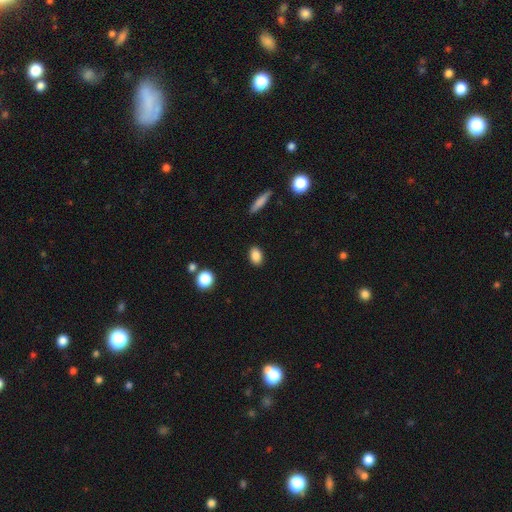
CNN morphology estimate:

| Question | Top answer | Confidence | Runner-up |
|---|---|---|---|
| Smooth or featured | smooth | 87% | star or artifact (9%) |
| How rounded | in between | 81% | round (16%) |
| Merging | none | 89% | minor disturbance (8%) |